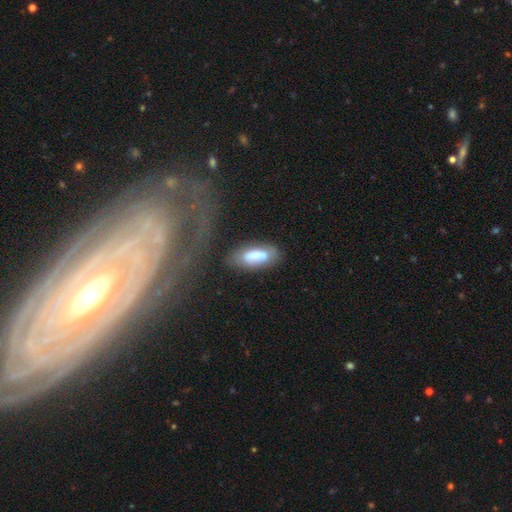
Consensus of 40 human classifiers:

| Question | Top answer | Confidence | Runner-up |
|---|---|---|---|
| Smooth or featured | smooth | 60% | featured or disk (28%) |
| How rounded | in between | 92% | cigar-shaped (8%) |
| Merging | none | 74% | minor disturbance (17%) |